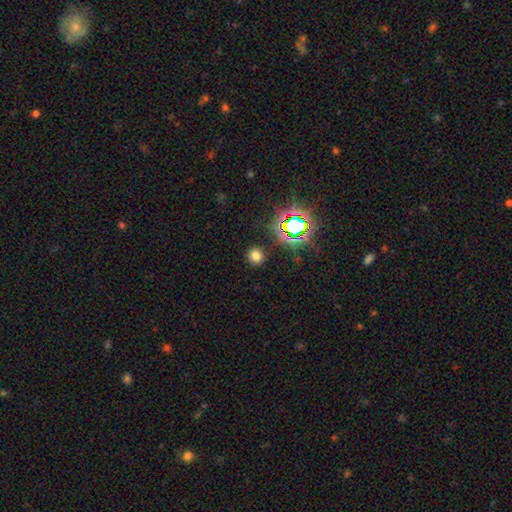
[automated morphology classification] Overall: smooth (71%). How rounded: round (91%). Merging: none (89%).